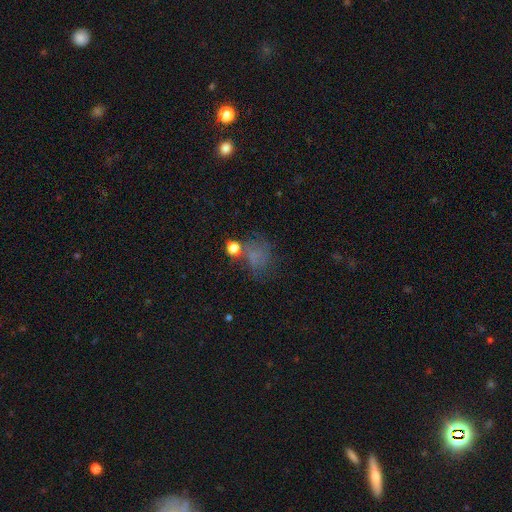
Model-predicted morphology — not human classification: Smooth or featured? smooth (53%)
How rounded? round (59%)
Merging? none (47%)